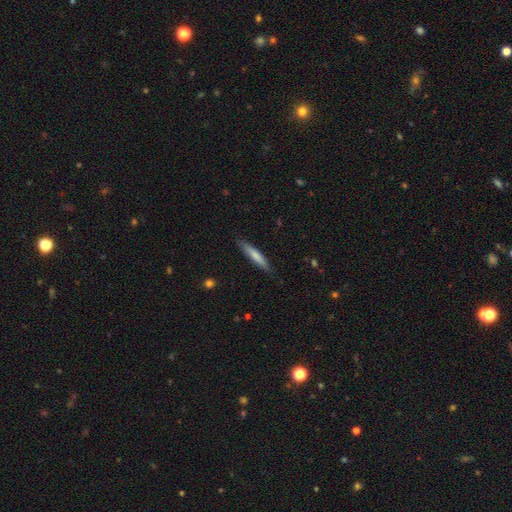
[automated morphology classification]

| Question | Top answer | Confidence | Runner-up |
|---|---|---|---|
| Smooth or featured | smooth | 72% | featured or disk (22%) |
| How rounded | cigar-shaped | 91% | in between (8%) |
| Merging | none | 86% | minor disturbance (11%) |